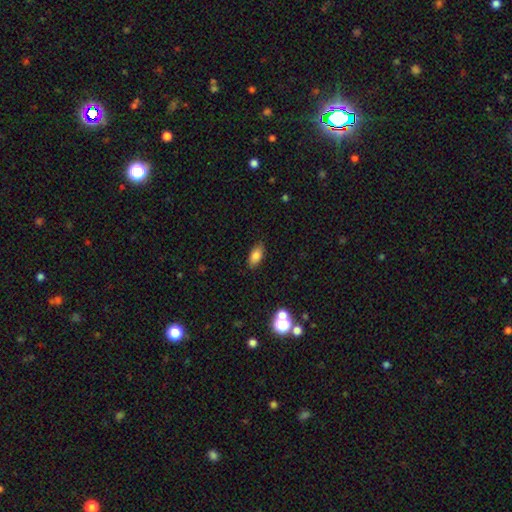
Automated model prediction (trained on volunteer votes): Q: Smooth or featured?
A: smooth (83%); runner-up: star or artifact (10%)
Q: How rounded?
A: in between (89%); runner-up: cigar-shaped (7%)
Q: Merging?
A: none (85%); runner-up: minor disturbance (11%)